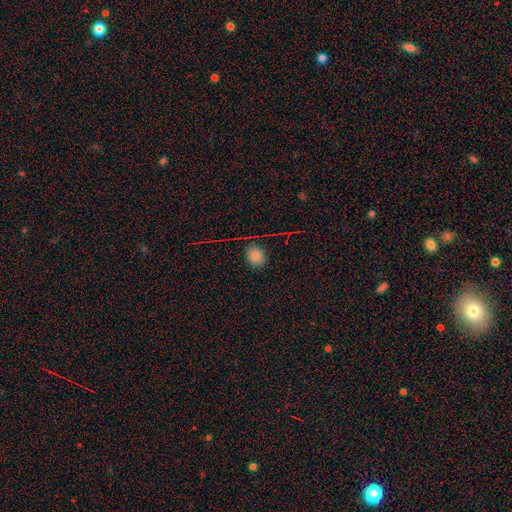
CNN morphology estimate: Smooth or featured? Predicted: smooth (p=0.76). How rounded? Predicted: round (p=0.64). Merging? Predicted: none (p=0.83).